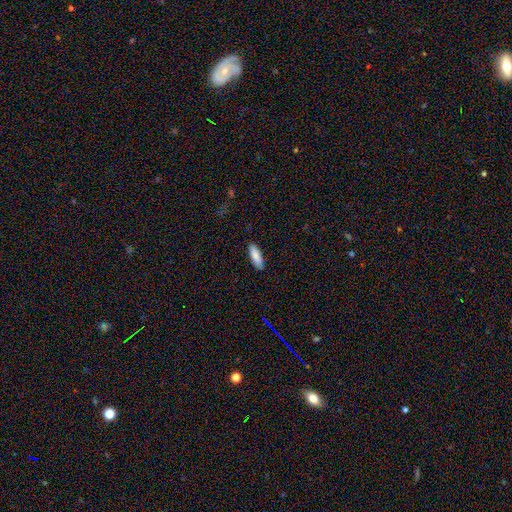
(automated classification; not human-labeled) Morphology: type=smooth (87%); roundness=in between (56%); merging=none (88%).